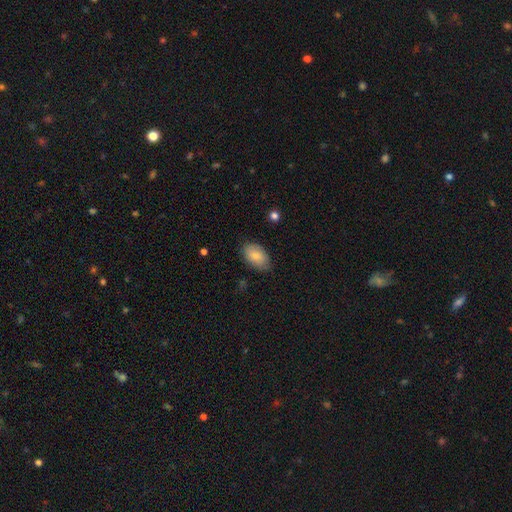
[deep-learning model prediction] A smooth galaxy with no disk features (80%) that is in between round and cigar-shaped (91%).

Vote fractions:
- Smooth or featured? smooth: 80% / featured or disk: 13% / star or artifact: 7%
- How rounded? in between: 91% / round: 7% / cigar-shaped: 1%
- Merging? none: 79% / minor disturbance: 17% / major disturbance: 3% / merger: 1%